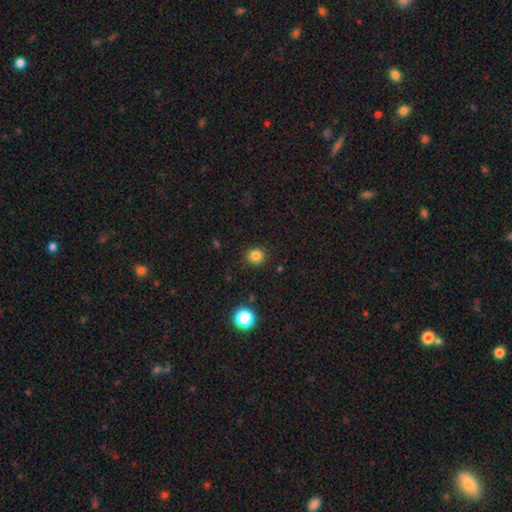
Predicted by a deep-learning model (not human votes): Overall: smooth (83%). How rounded: round (88%). Merging: none (90%).